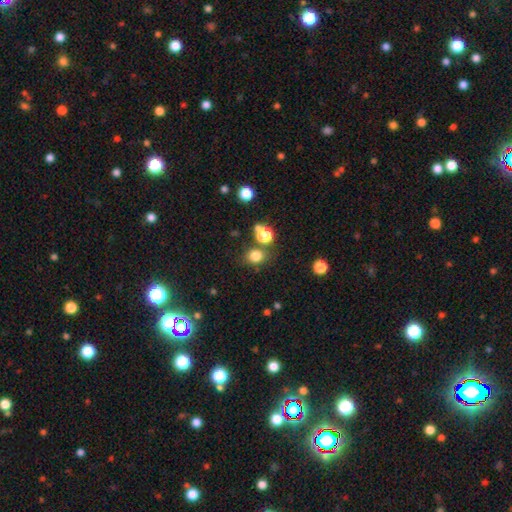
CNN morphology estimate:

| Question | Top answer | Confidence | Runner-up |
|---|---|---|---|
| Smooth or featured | smooth | 79% | star or artifact (16%) |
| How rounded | round | 76% | in between (23%) |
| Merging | none | 75% | merger (11%) |